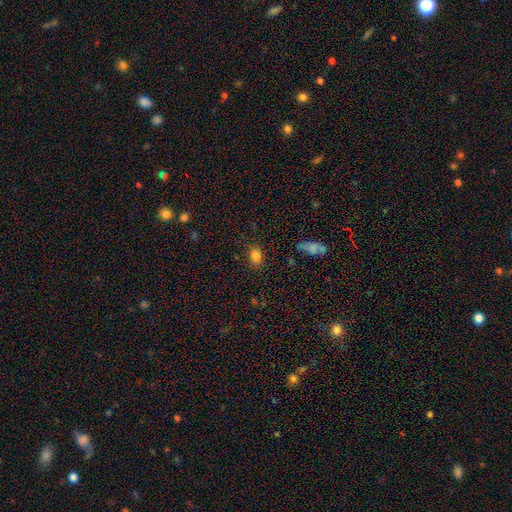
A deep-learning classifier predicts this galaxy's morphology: A smooth galaxy with no disk features (82%) that is in between round and cigar-shaped (67%).

Vote fractions:
- Smooth or featured? smooth: 82% / star or artifact: 12% / featured or disk: 6%
- How rounded? in between: 67% / round: 32% / cigar-shaped: 2%
- Merging? none: 83% / minor disturbance: 12% / major disturbance: 3% / merger: 2%